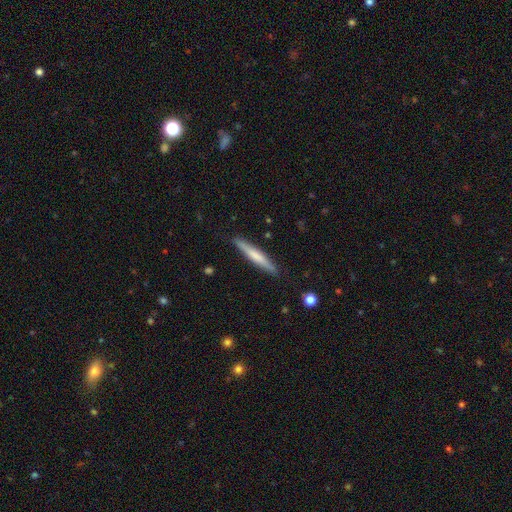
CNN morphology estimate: Smooth or featured? smooth (58%)
How rounded? cigar-shaped (95%)
Merging? none (89%)